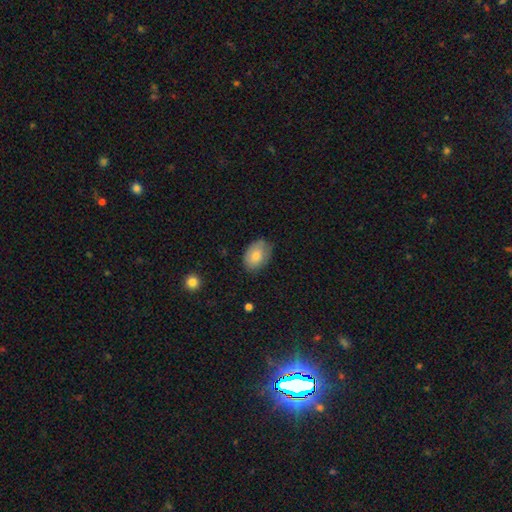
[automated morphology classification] Q: Smooth or featured?
A: smooth (76%); runner-up: featured or disk (16%)
Q: How rounded?
A: in between (79%); runner-up: round (20%)
Q: Merging?
A: none (72%); runner-up: minor disturbance (23%)